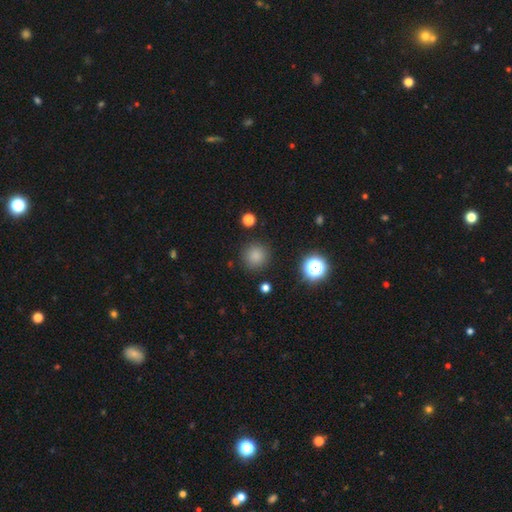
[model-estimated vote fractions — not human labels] A smooth galaxy with no disk features (81%) that is round (94%).

Vote fractions:
- Smooth or featured? smooth: 81% / star or artifact: 14% / featured or disk: 5%
- How rounded? round: 94% / in between: 5% / cigar-shaped: 1%
- Merging? none: 88% / minor disturbance: 7% / major disturbance: 3% / merger: 2%